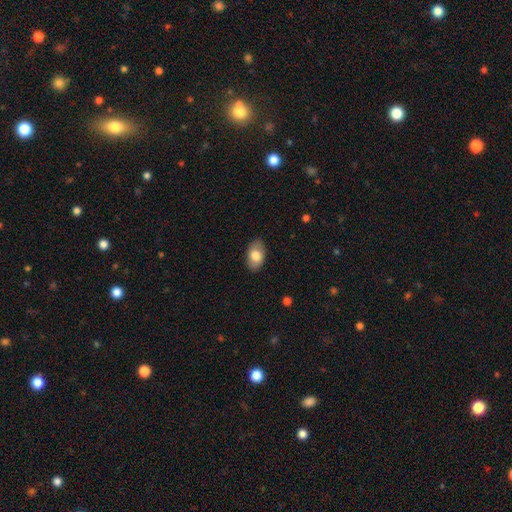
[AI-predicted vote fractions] smooth-or-featured: smooth: 77% | featured or disk: 16% | star or artifact: 6%
  how-rounded: in between: 91% | round: 8% | cigar-shaped: 1%
  merging: none: 86% | minor disturbance: 10% | major disturbance: 2% | merger: 1%